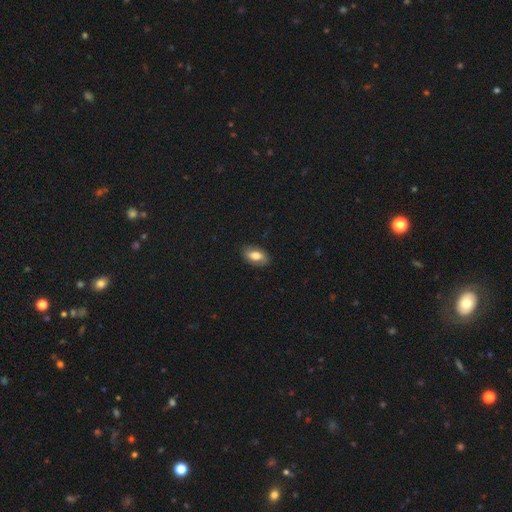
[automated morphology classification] smooth-or-featured: smooth: 68% | featured or disk: 25% | star or artifact: 7%
  how-rounded: in between: 91% | round: 6% | cigar-shaped: 3%
  merging: none: 85% | minor disturbance: 12% | major disturbance: 3% | merger: 1%